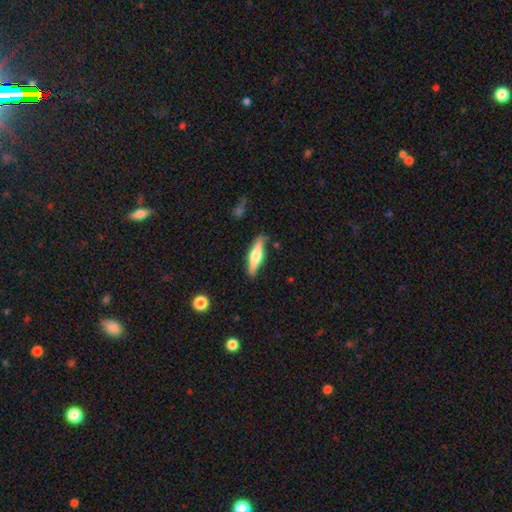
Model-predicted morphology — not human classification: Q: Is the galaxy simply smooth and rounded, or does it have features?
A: featured or disk — 49%.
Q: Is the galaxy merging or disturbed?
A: none — 84%.